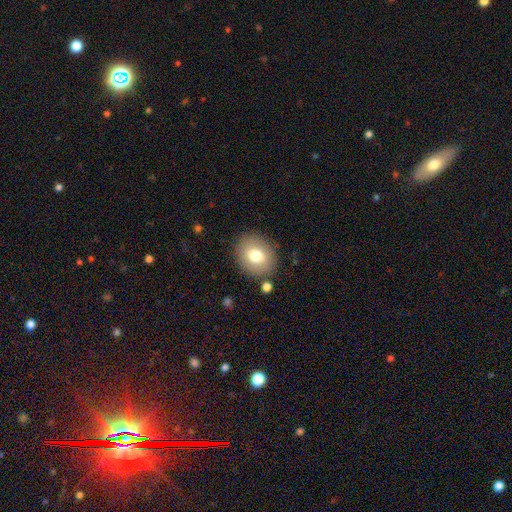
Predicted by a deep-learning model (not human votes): smooth 74%, featured or disk 17%, star or artifact 9%. Down the decision tree: how rounded — round (59%); merging — none (84%).